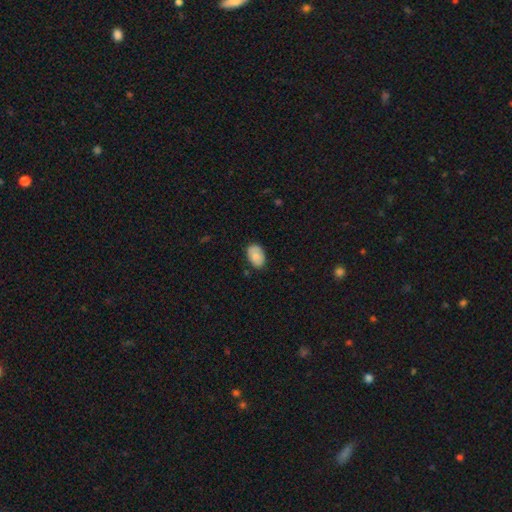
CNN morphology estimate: Q: Smooth or featured?
A: smooth (76%); runner-up: featured or disk (17%)
Q: How rounded?
A: in between (88%); runner-up: round (11%)
Q: Merging?
A: none (78%); runner-up: minor disturbance (17%)